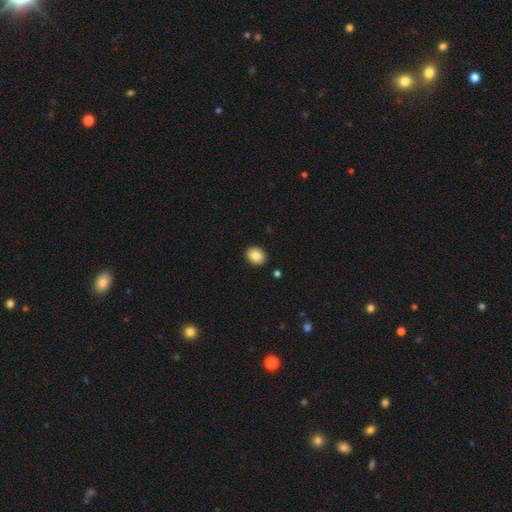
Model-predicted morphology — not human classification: This is clearly a smooth galaxy (85%). How rounded: possibly round (50%). Merging: clearly none (91%).